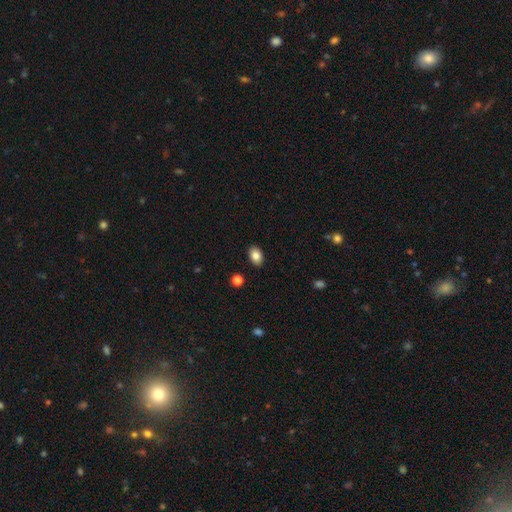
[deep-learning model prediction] A smooth galaxy with no disk features (85%) that is in between round and cigar-shaped (84%).

Vote fractions:
- Smooth or featured? smooth: 85% / star or artifact: 9% / featured or disk: 7%
- How rounded? in between: 84% / round: 15% / cigar-shaped: 1%
- Merging? none: 89% / minor disturbance: 7% / major disturbance: 2% / merger: 1%